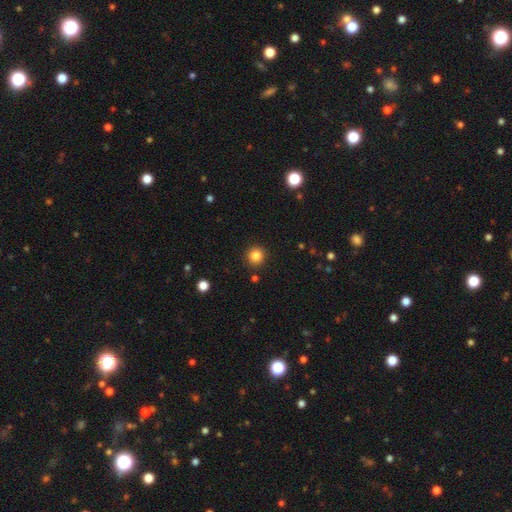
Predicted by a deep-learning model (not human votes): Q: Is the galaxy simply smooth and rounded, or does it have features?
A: smooth — 84%.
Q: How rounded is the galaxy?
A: round — 95%.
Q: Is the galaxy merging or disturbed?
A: none — 92%.